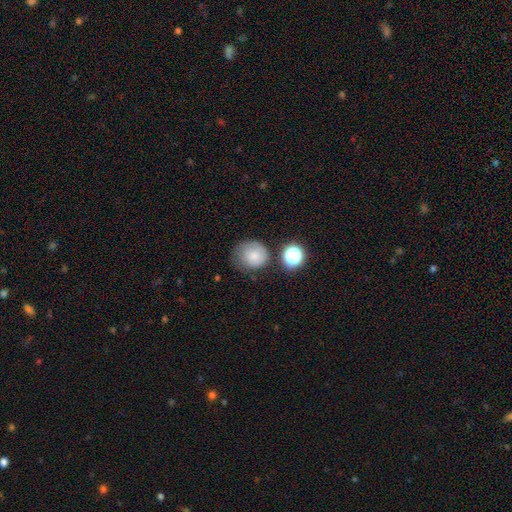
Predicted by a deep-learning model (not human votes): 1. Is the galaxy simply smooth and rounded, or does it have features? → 77% smooth, 12% featured or disk, 11% star or artifact.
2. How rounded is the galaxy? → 85% round, 14% in between, 1% cigar-shaped.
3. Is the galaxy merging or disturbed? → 58% none, 26% minor disturbance, 10% major disturbance, 7% merger.